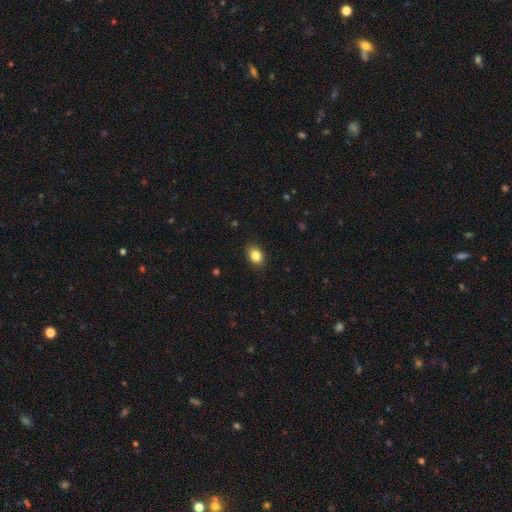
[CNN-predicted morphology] Smooth or featured? smooth (85%)
How rounded? in between (71%)
Merging? none (88%)